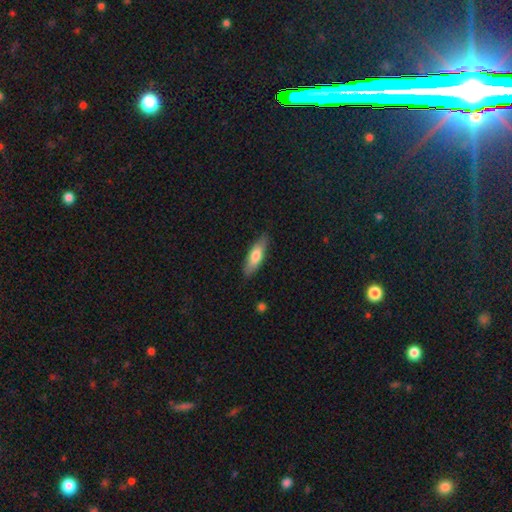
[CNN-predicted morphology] Smooth or featured?
  - smooth: 71% *
  - featured or disk: 23%
  - star or artifact: 5%
How rounded?
  - cigar-shaped: 51% *
  - in between: 47%
  - round: 2%
Merging?
  - none: 84% *
  - minor disturbance: 12%
  - major disturbance: 2%
  - merger: 1%